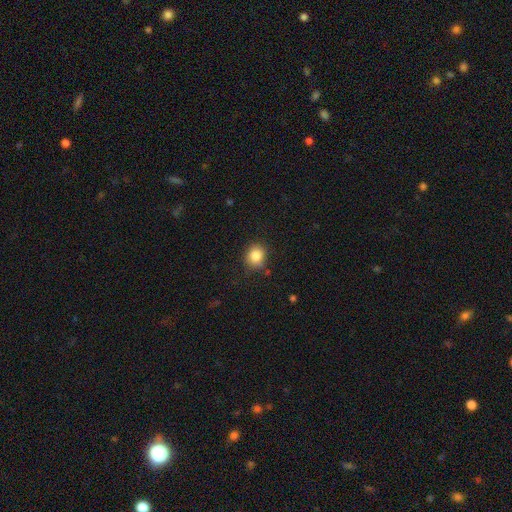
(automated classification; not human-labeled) The model was most divided on "how rounded": round: 79%, in between: 20%, cigar-shaped: 1%. More confident: smooth or featured — smooth (85%); merging — none (82%).